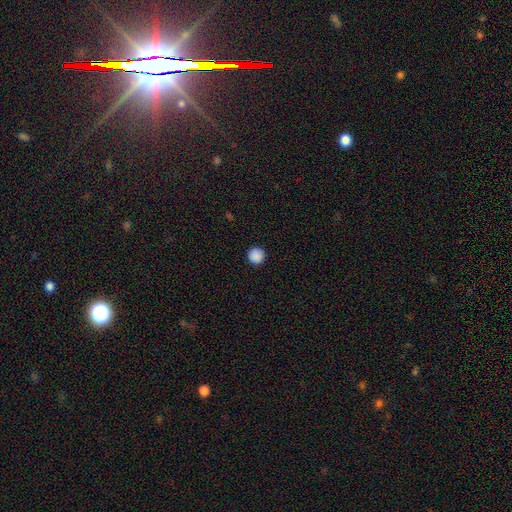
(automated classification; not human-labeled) Smooth or featured? Predicted: smooth (p=0.89). How rounded? Predicted: round (p=0.96). Merging? Predicted: none (p=0.93).